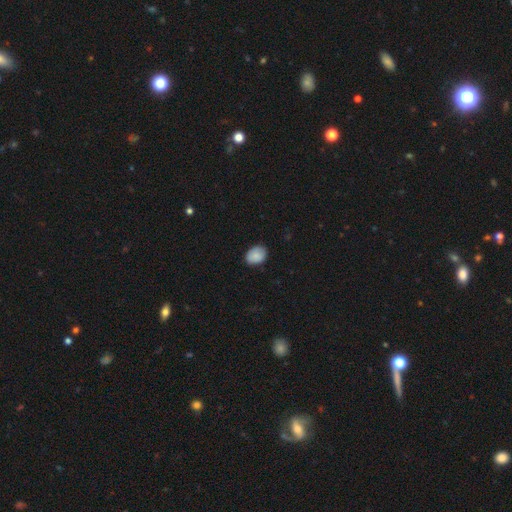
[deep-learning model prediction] Morphology: type=smooth (86%); roundness=in between (65%); merging=none (81%).